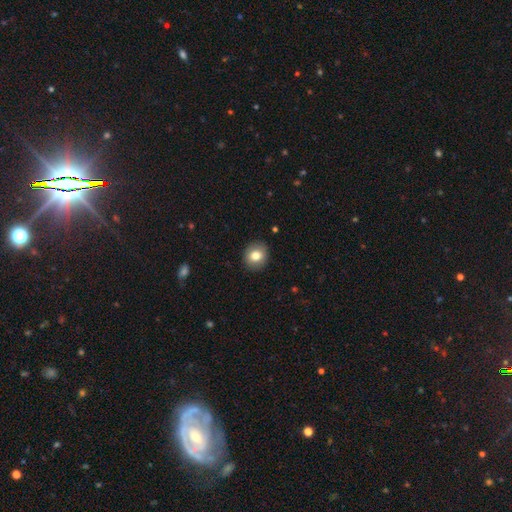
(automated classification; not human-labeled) A smooth galaxy with no disk features (80%) that is round (83%). Merging: none (90%).